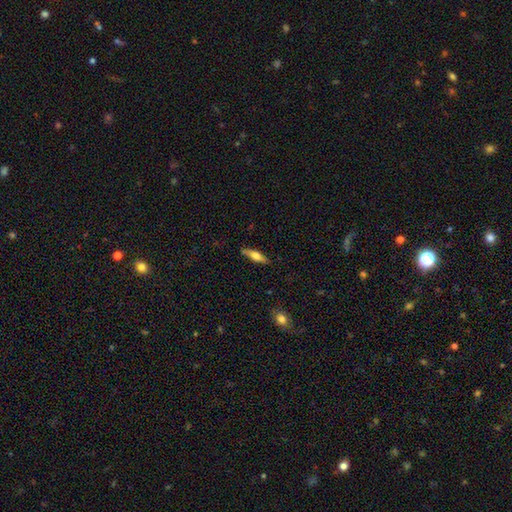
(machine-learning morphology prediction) Smooth or featured? Predicted: smooth (p=0.51). How rounded? Predicted: cigar-shaped (p=0.65). Merging? Predicted: none (p=0.83).